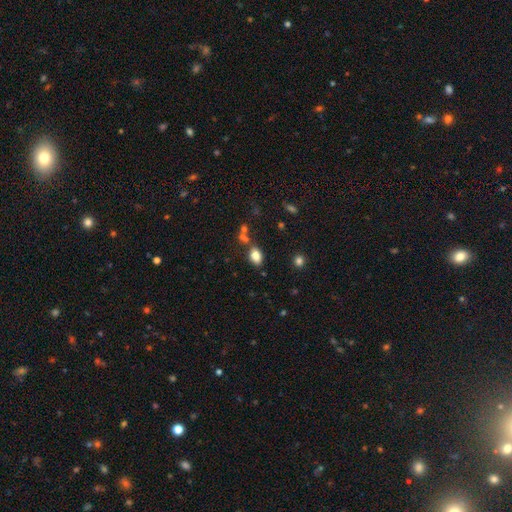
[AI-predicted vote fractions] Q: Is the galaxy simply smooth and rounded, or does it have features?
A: smooth — 82%.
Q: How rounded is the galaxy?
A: in between — 85%.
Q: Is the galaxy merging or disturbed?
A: none — 72%.